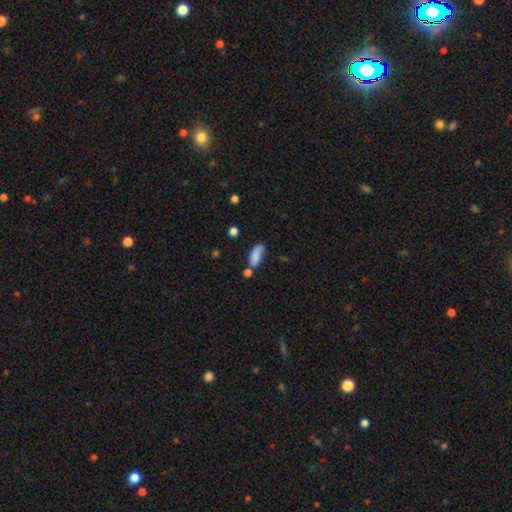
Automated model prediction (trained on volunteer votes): Smooth or featured: smooth — 82% (featured or disk — 10%)
How rounded: in between — 80% (cigar-shaped — 17%)
Merging: none — 52% (minor disturbance — 23%)